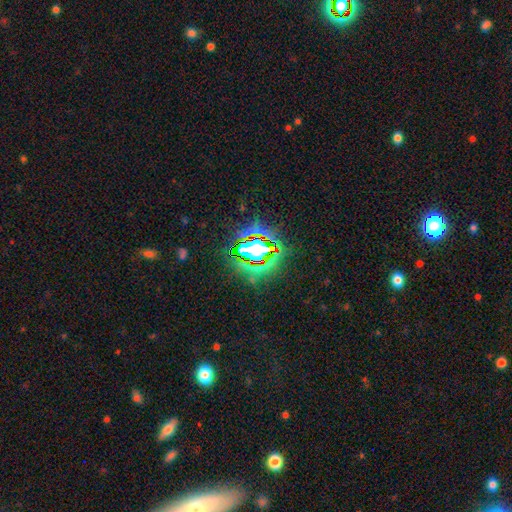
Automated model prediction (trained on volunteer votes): A star or artifact, not a galaxy (82%).

Vote fractions:
- Smooth or featured? star or artifact: 82% / smooth: 10% / featured or disk: 8%